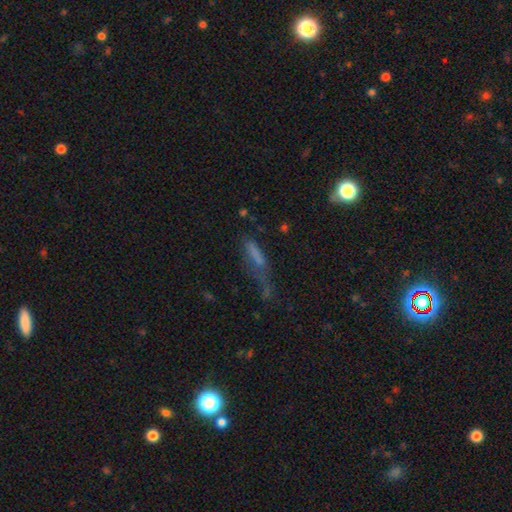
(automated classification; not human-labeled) A smooth galaxy with no disk features (59%) that is cigar-shaped (67%).

Vote fractions:
- Smooth or featured? smooth: 59% / featured or disk: 22% / star or artifact: 18%
- How rounded? cigar-shaped: 67% / in between: 28% / round: 4%
- Merging? major disturbance: 33% (tied) / none: 33% (tied) / minor disturbance: 23% / merger: 10%